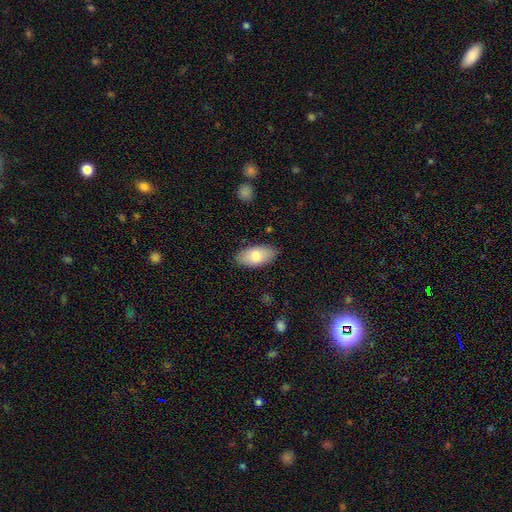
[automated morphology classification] smooth 76%, featured or disk 18%, star or artifact 6%. Down the decision tree: how rounded — in between (94%); merging — none (87%).